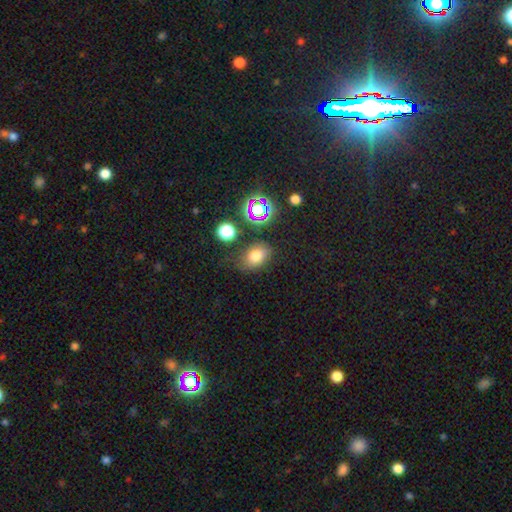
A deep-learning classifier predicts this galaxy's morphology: This appears to be a smooth galaxy with no disk features (72%) that is in between round and cigar-shaped (72%). Merging: none (69%).